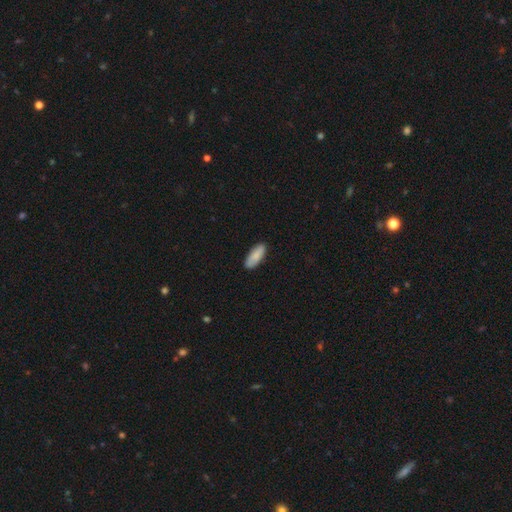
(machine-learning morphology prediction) This appears to be a smooth galaxy with no disk features (88%) that is in between round and cigar-shaped (72%). Merging: none (87%).